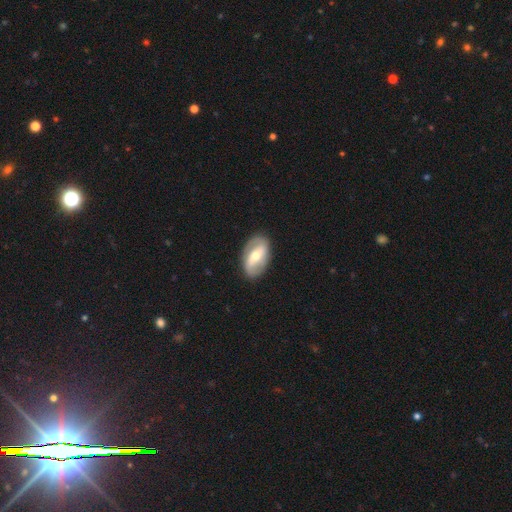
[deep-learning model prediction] A featured or disk galaxy (68%) with a strong bar (38%), spiral arms (72%) and a moderate central bulge (67%). Merging: none (84%).